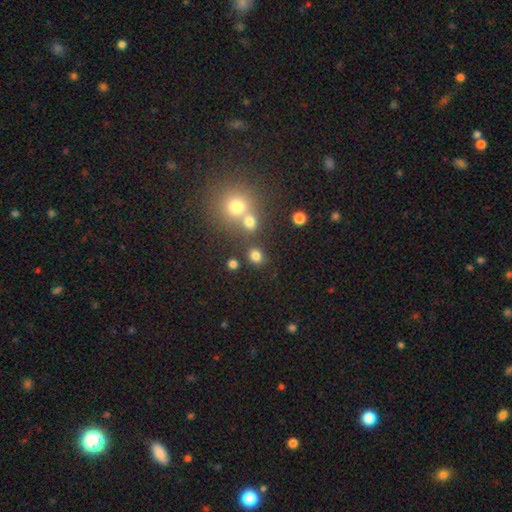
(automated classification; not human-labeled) This is likely a smooth galaxy (79%). How rounded: likely round (66%). Merging: likely none (73%).